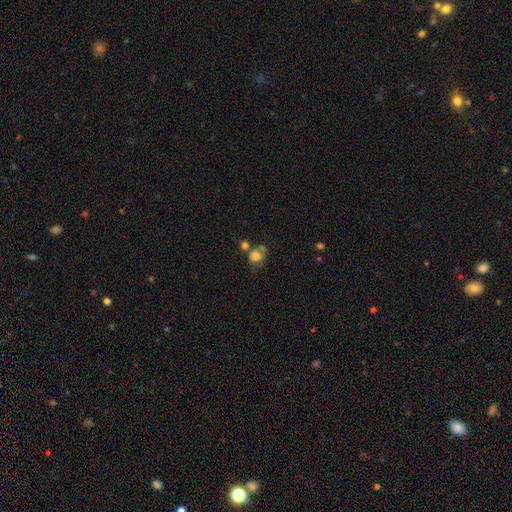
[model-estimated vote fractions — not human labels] Smooth or featured? smooth (76%)
How rounded? round (69%)
Merging? none (39%)